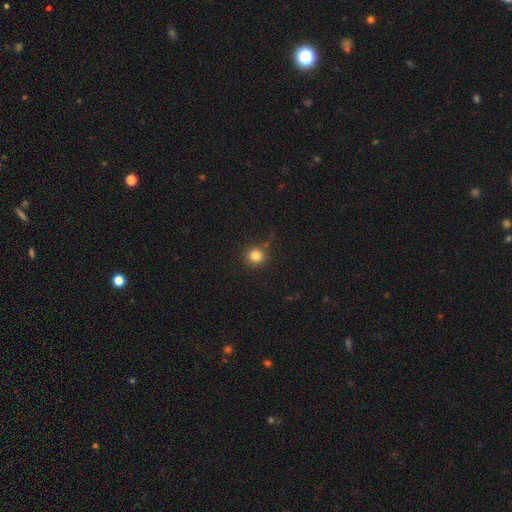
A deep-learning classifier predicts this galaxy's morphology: type=smooth (82%); roundness=round (94%); merging=none (79%).